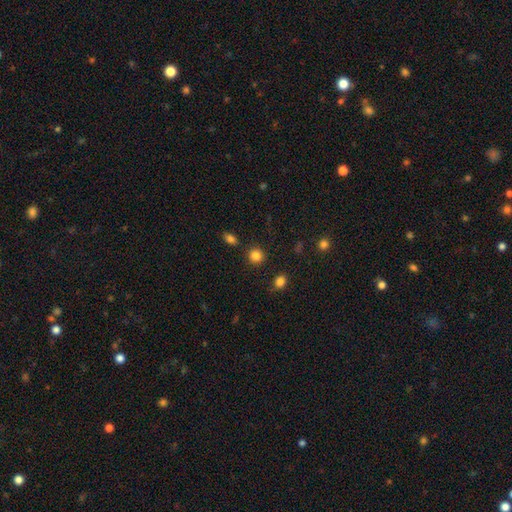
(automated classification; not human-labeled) smooth 85%, star or artifact 11%, featured or disk 4%. Down the decision tree: how rounded — round (89%); merging — none (88%).